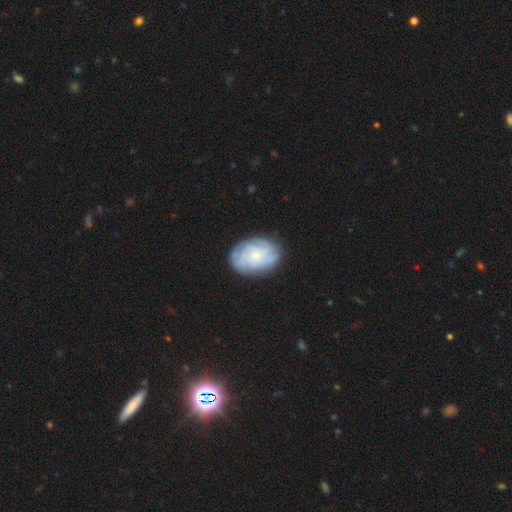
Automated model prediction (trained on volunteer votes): The model was most divided on "smooth or featured": featured or disk: 58%, smooth: 35%, star or artifact: 7%. More confident: edge-on disk — no (97%); spiral arms — yes (85%); bar — no (79%); merging — none (79%); bulge size — small (57%).